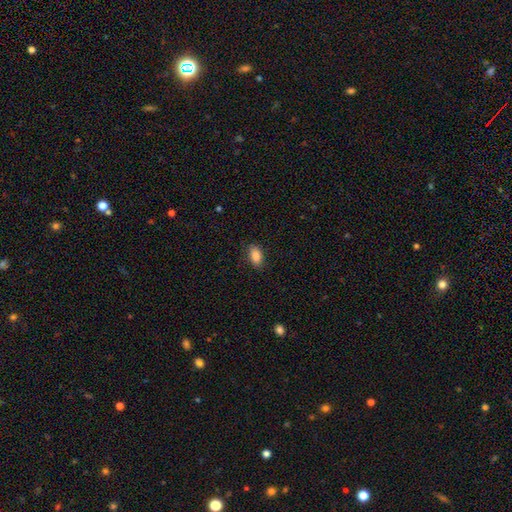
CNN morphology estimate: Smooth or featured?
  - smooth: 87% *
  - star or artifact: 8%
  - featured or disk: 5%
How rounded?
  - in between: 91% *
  - round: 6%
  - cigar-shaped: 4%
Merging?
  - none: 86% *
  - minor disturbance: 11%
  - major disturbance: 2%
  - merger: 1%